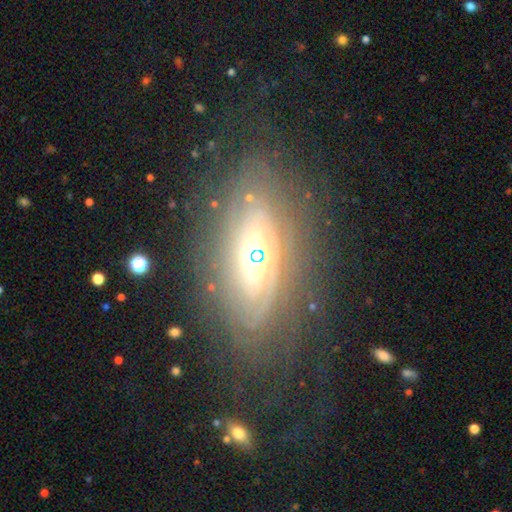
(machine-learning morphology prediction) Smooth or featured: featured or disk — 75% (smooth — 15%)
Edge-on disk: no — 77% (yes — 23%)
Bar: no — 73% (weak — 17%)
Spiral arms: yes — 68% (no — 32%)
Bulge size: moderate — 48% (small — 28%)
Merging: none — 66% (minor disturbance — 18%)